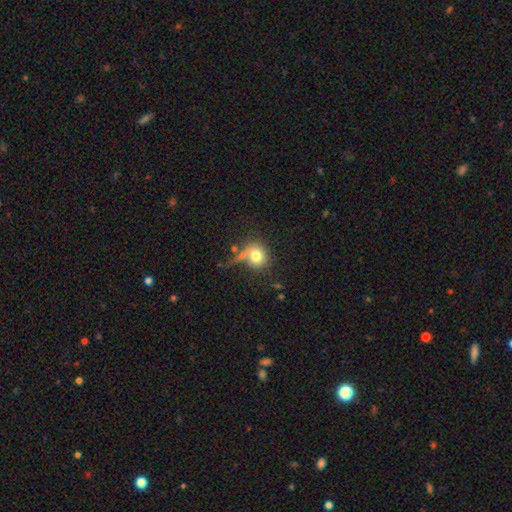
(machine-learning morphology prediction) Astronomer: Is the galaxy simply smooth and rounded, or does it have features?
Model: smooth — 76%.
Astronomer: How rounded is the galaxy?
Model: round — 81%.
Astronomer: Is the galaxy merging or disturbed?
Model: none — 48%.